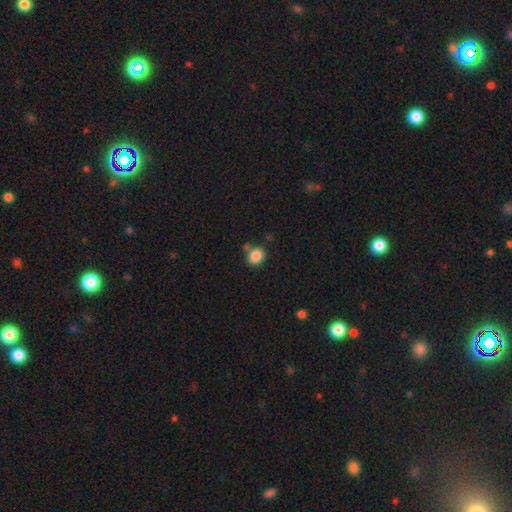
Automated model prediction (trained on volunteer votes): smooth_or_featured: smooth (p=0.86) [alt: star or artifact p=0.09]
how_rounded: in between (p=0.56) [alt: round p=0.43]
merging: none (p=0.70) [alt: minor disturbance p=0.13]